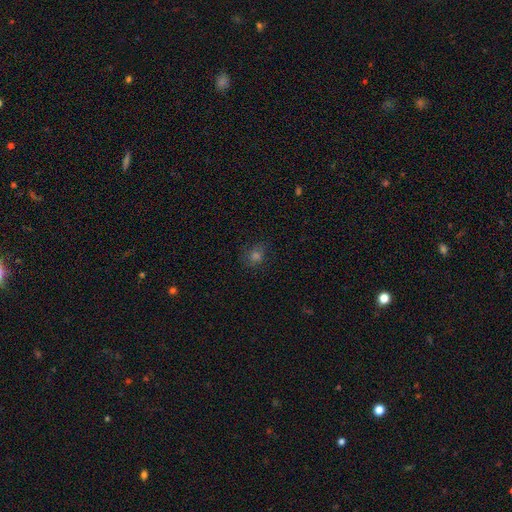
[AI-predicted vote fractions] Overall: smooth (65%; star or artifact 27%). How rounded: round (76%). Merging: none (81%).